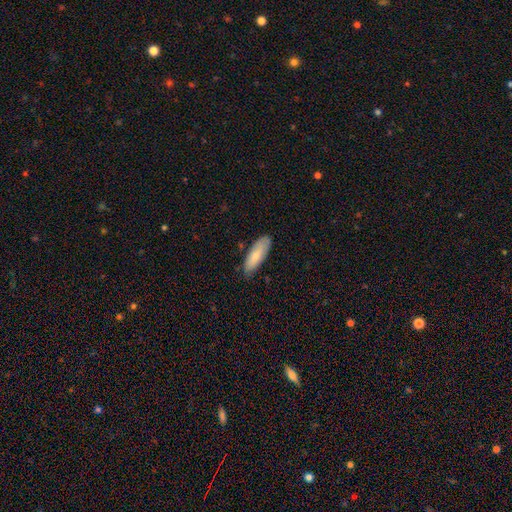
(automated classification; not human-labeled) Smooth or featured?
  - smooth: 76% *
  - featured or disk: 18%
  - star or artifact: 6%
How rounded?
  - in between: 59% *
  - cigar-shaped: 40%
  - round: 2%
Merging?
  - none: 78% *
  - minor disturbance: 17%
  - major disturbance: 3%
  - merger: 2%